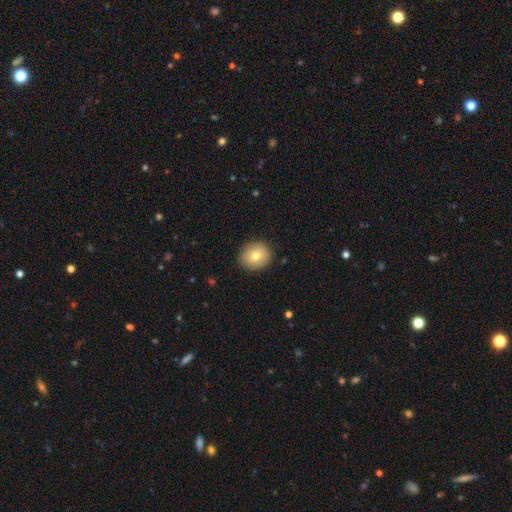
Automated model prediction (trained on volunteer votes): smooth-or-featured: smooth: 77% | featured or disk: 14% | star or artifact: 9%
  how-rounded: round: 78% | in between: 21% | cigar-shaped: 1%
  merging: none: 89% | minor disturbance: 8% | major disturbance: 2% | merger: 1%